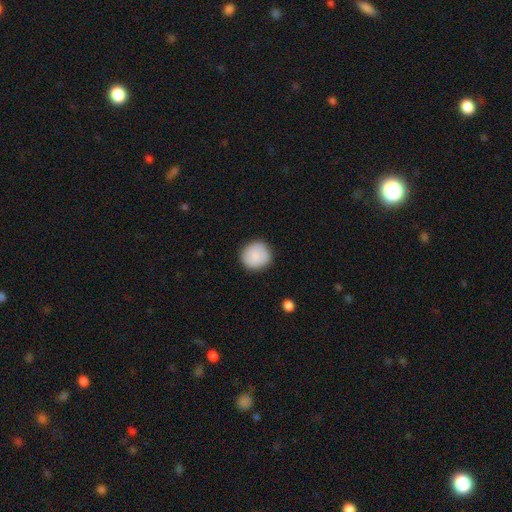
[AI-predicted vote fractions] Smooth or featured?
  - smooth: 87% *
  - star or artifact: 7%
  - featured or disk: 6%
How rounded?
  - round: 92% *
  - in between: 7%
  - cigar-shaped: 1%
Merging?
  - none: 88% *
  - minor disturbance: 9%
  - major disturbance: 2%
  - merger: 1%